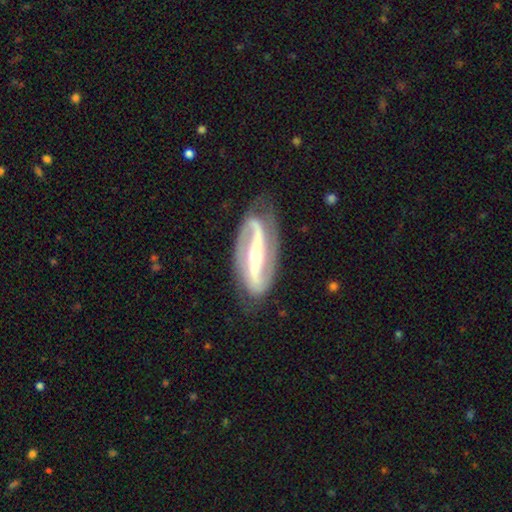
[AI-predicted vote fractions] Morphology: type=featured or disk (92%); edge-on=no (93%); bar=strong (74%); spiral arms=yes (96%); winding=medium (44%); arm count=2 (93%); bulge=moderate (52%); merging=none (80%).